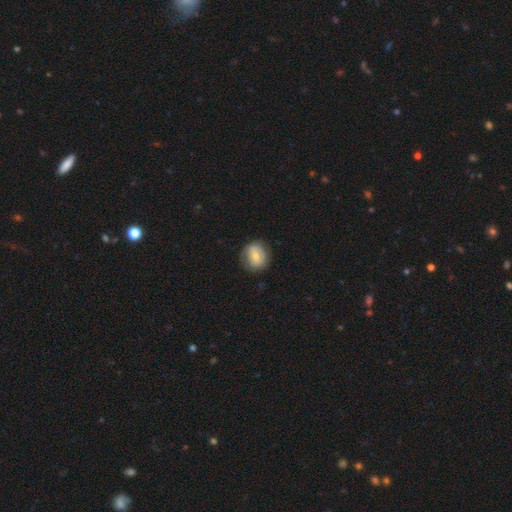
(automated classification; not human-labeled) This is possibly a smooth galaxy (57%). How rounded: likely round (69%). Merging: likely none (75%).